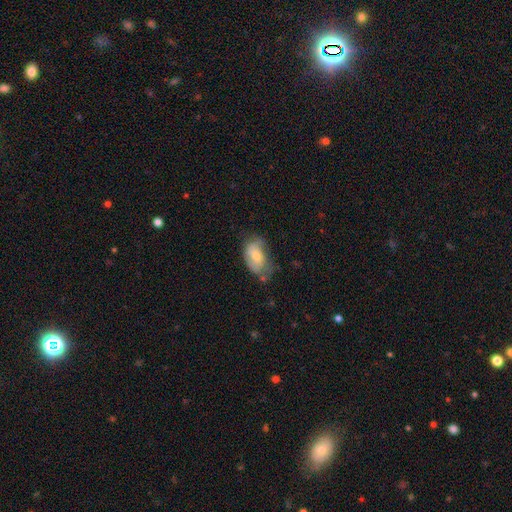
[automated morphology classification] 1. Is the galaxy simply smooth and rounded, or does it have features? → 63% smooth, 30% featured or disk, 7% star or artifact.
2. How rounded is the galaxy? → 90% in between, 8% round, 2% cigar-shaped.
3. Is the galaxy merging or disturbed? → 41% none, 37% minor disturbance, 18% major disturbance, 5% merger.